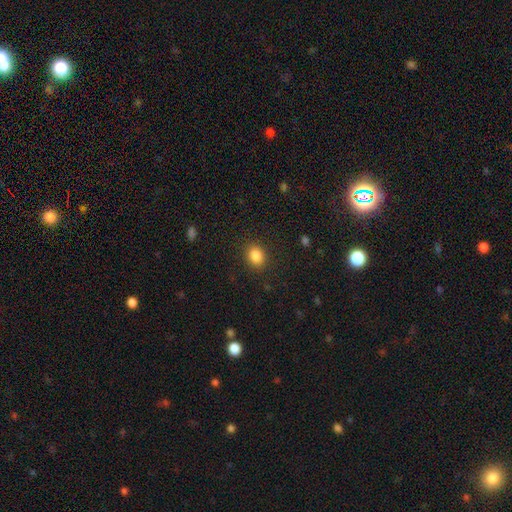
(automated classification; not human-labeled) Smooth or featured?
  - smooth: 85% *
  - star or artifact: 10%
  - featured or disk: 5%
How rounded?
  - in between: 51% *
  - round: 48%
  - cigar-shaped: 1%
Merging?
  - none: 88% *
  - minor disturbance: 8%
  - major disturbance: 3%
  - merger: 1%